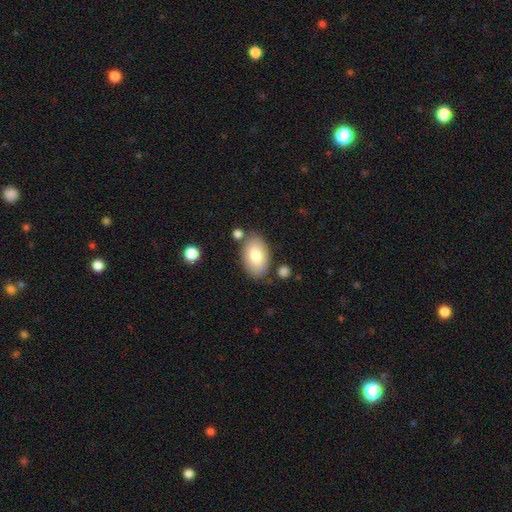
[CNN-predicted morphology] Q: Smooth or featured?
A: smooth (80%); runner-up: featured or disk (14%)
Q: How rounded?
A: in between (94%); runner-up: round (5%)
Q: Merging?
A: none (78%); runner-up: minor disturbance (13%)